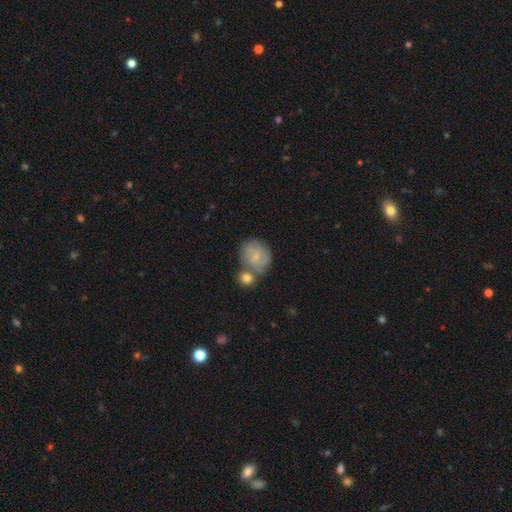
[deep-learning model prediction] smooth_or_featured: smooth (p=0.64) [alt: featured or disk p=0.29]
how_rounded: round (p=0.69) [alt: in between p=0.30]
merging: none (p=0.44) [alt: merger p=0.33]